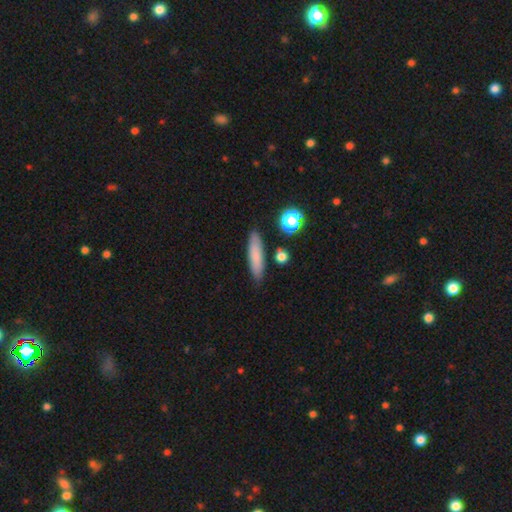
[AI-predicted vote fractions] Morphology: type=smooth (80%); roundness=cigar-shaped (76%); merging=none (85%).